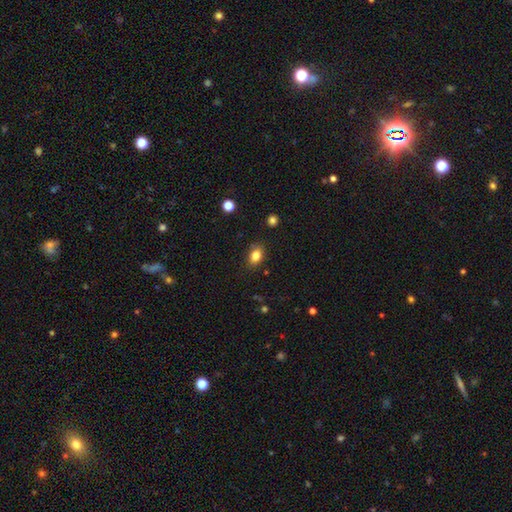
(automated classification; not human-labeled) Morphology: type=smooth (83%); roundness=in between (78%); merging=none (83%).